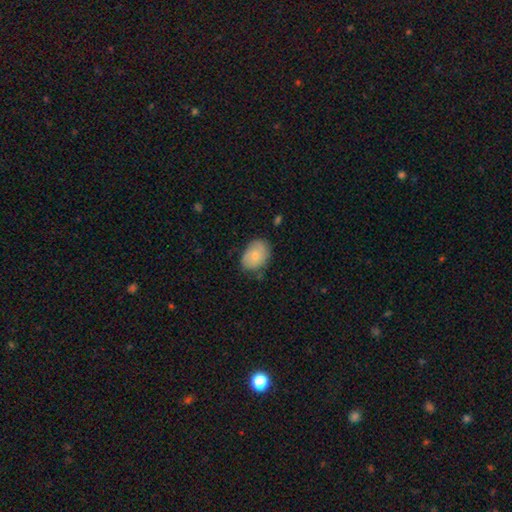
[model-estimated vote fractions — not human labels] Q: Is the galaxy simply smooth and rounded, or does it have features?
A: smooth — 73%.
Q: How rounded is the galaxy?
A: in between — 74%.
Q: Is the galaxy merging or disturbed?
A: none — 67%.